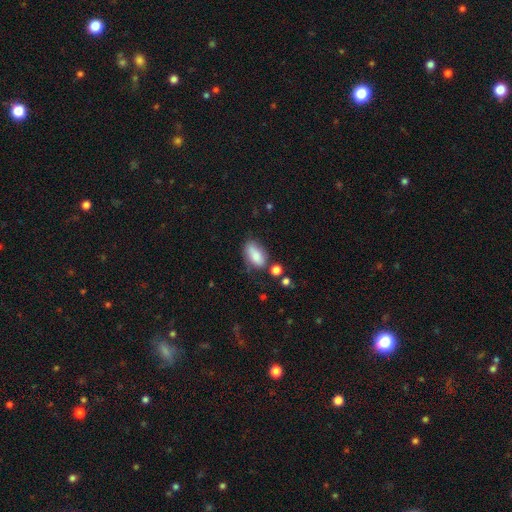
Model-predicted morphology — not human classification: Smooth or featured: smooth — 81% (featured or disk — 12%)
How rounded: in between — 90% (round — 5%)
Merging: none — 55% (minor disturbance — 28%)